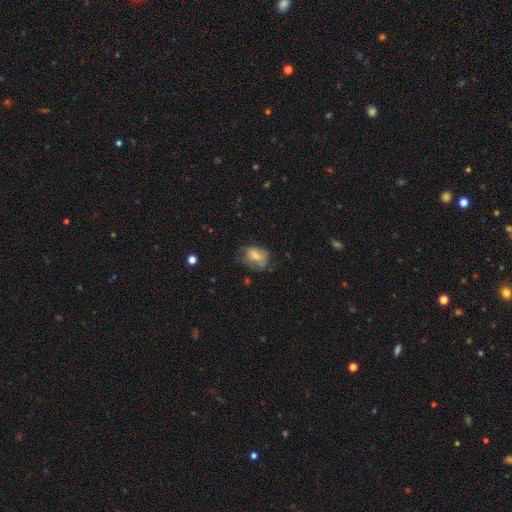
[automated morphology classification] A smooth galaxy with no disk features (72%) that is in between round and cigar-shaped (69%). Merging: none (46%).